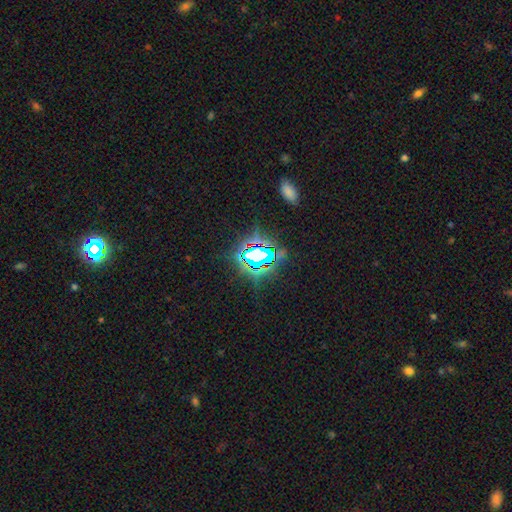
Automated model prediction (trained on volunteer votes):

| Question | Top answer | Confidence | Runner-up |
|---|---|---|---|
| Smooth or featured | star or artifact | 74% | smooth (14%) |